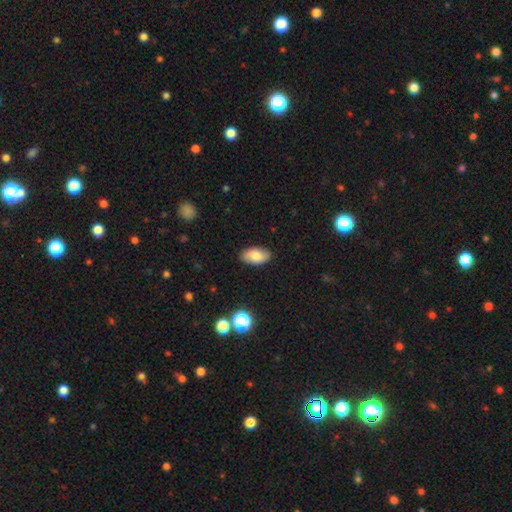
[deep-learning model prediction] A smooth galaxy with no disk features (79%) that is in between round and cigar-shaped (94%). Merging: none (86%).